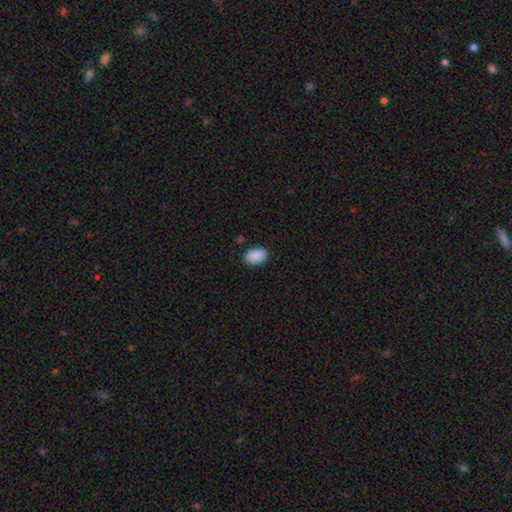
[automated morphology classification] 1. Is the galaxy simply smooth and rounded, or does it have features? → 90% smooth, 7% star or artifact, 3% featured or disk.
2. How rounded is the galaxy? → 89% in between, 10% round, 1% cigar-shaped.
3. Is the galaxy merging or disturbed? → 85% none, 11% minor disturbance, 2% major disturbance, 1% merger.